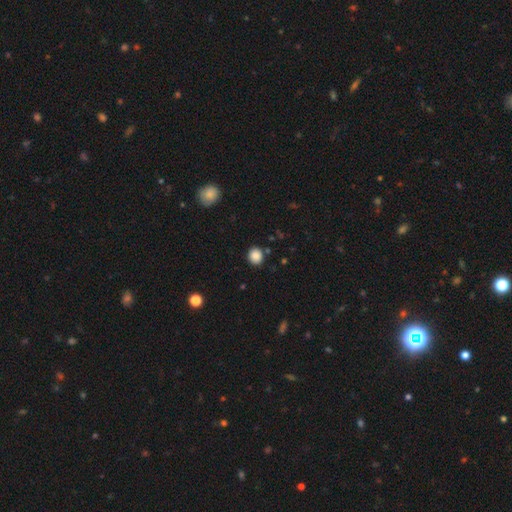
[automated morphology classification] Smooth or featured? Predicted: smooth (p=0.86). How rounded? Predicted: round (p=0.80). Merging? Predicted: none (p=0.87).